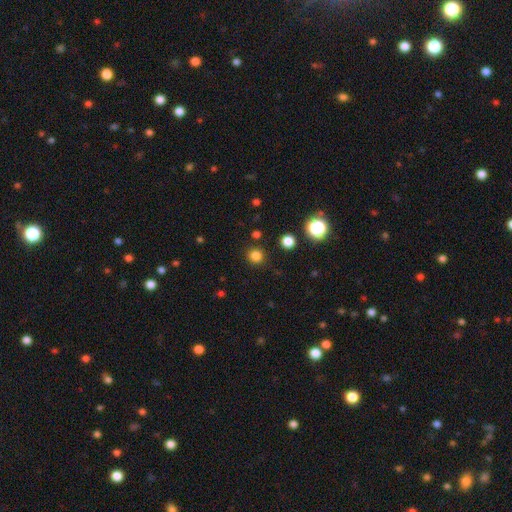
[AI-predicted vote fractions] Q: Smooth or featured?
A: smooth (81%); runner-up: star or artifact (15%)
Q: How rounded?
A: round (94%); runner-up: in between (5%)
Q: Merging?
A: none (90%); runner-up: minor disturbance (6%)